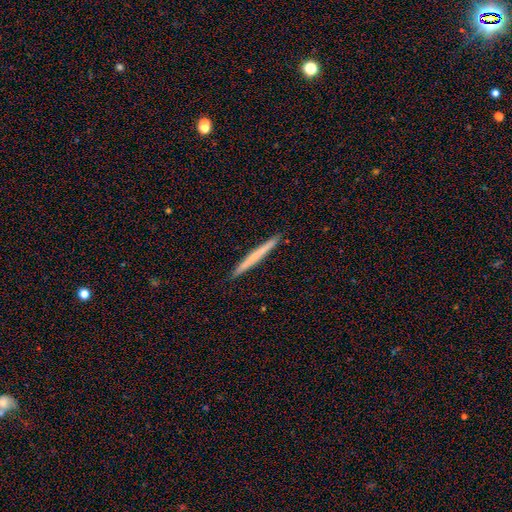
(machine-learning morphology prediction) type=smooth (57%); roundness=cigar-shaped (97%); merging=none (93%).